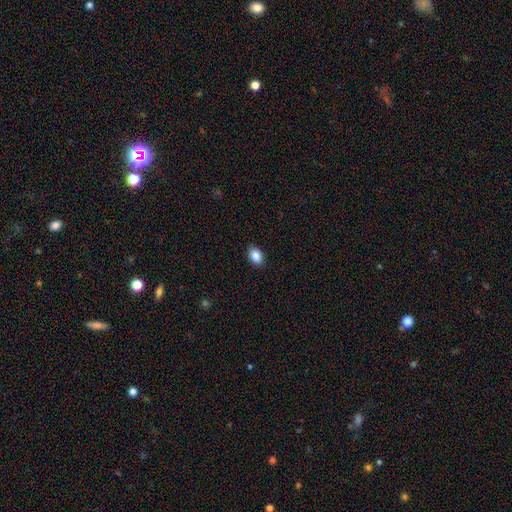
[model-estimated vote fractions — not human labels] The model was most divided on "how rounded": in between: 79%, round: 20%, cigar-shaped: 1%. More confident: merging — none (88%); smooth or featured — smooth (87%).